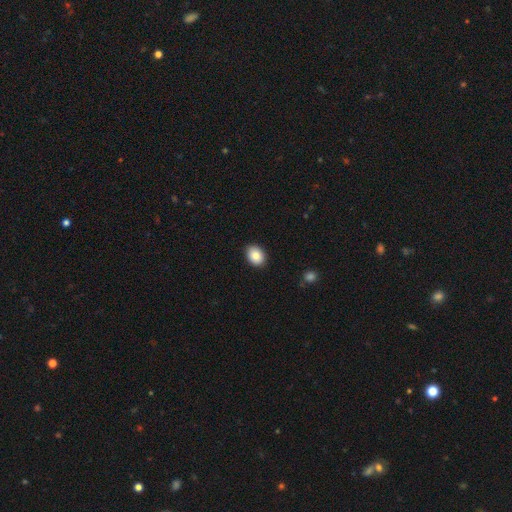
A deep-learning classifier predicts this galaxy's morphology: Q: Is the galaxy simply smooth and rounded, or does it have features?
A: smooth — 85%.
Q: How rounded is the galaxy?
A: in between — 67%.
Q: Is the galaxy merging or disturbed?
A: none — 89%.